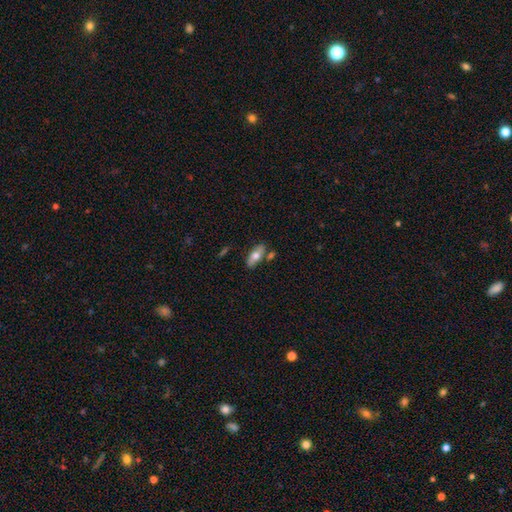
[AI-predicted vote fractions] Q: Smooth or featured?
A: smooth (63%); runner-up: featured or disk (31%)
Q: How rounded?
A: in between (77%); runner-up: cigar-shaped (20%)
Q: Merging?
A: none (75%); runner-up: minor disturbance (13%)